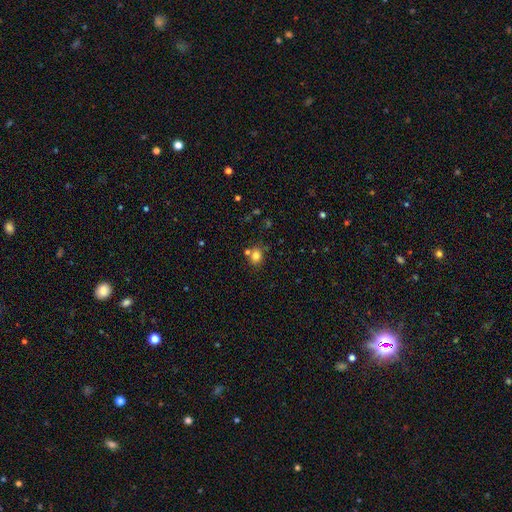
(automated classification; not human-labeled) Smooth or featured?
  - smooth: 79% *
  - star or artifact: 14%
  - featured or disk: 7%
How rounded?
  - round: 73% *
  - in between: 27%
  - cigar-shaped: 1%
Merging?
  - none: 66% *
  - merger: 18%
  - minor disturbance: 12%
  - major disturbance: 4%